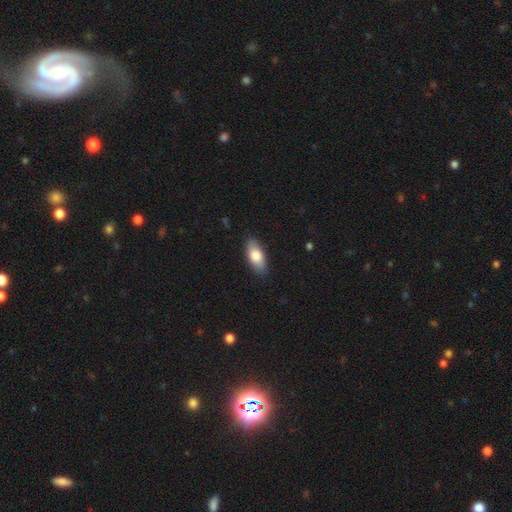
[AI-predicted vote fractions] Smooth or featured? smooth (80%)
How rounded? in between (87%)
Merging? none (86%)